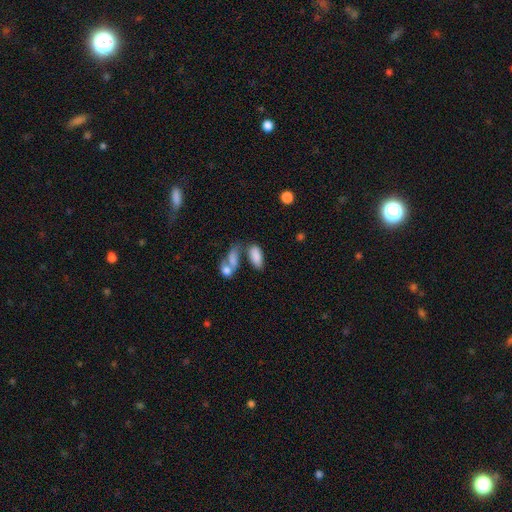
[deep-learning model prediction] This is clearly a smooth galaxy (83%). How rounded: clearly in between (88%). Merging: marginally none (42%).